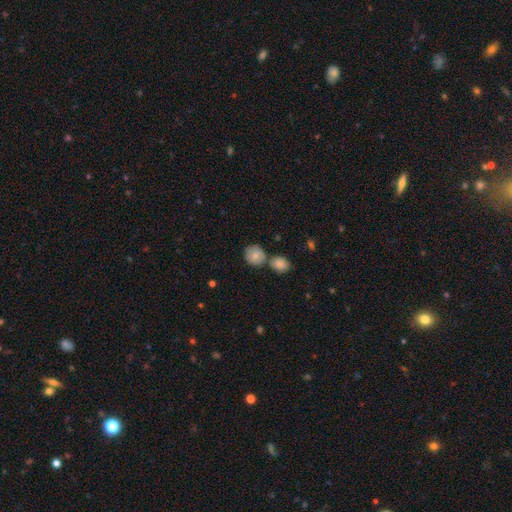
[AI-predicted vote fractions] Smooth or featured?
  - smooth: 75% *
  - featured or disk: 17%
  - star or artifact: 8%
How rounded?
  - round: 84% *
  - in between: 15%
  - cigar-shaped: 1%
Merging?
  - none: 57% *
  - merger: 28%
  - minor disturbance: 12%
  - major disturbance: 3%